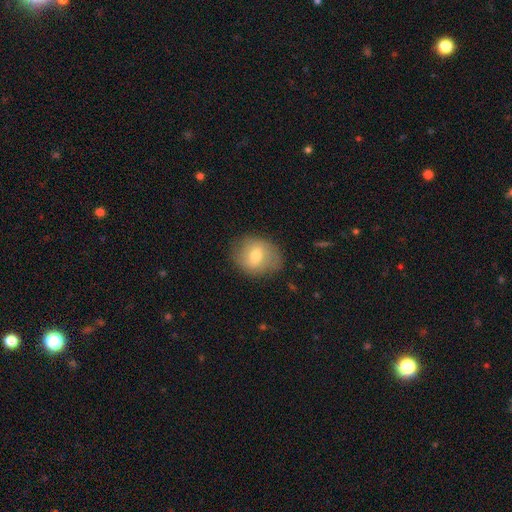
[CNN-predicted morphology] A smooth galaxy with no disk features (62%) that is round (61%).

Vote fractions:
- Smooth or featured? smooth: 62% / featured or disk: 30% / star or artifact: 8%
- How rounded? round: 61% / in between: 38% / cigar-shaped: 1%
- Merging? none: 76% / minor disturbance: 17% / major disturbance: 5% / merger: 1%